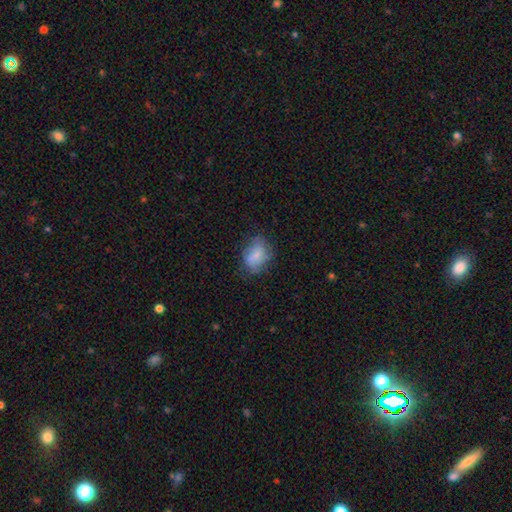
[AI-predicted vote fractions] Smooth or featured? smooth (69%)
How rounded? in between (69%)
Merging? none (59%)